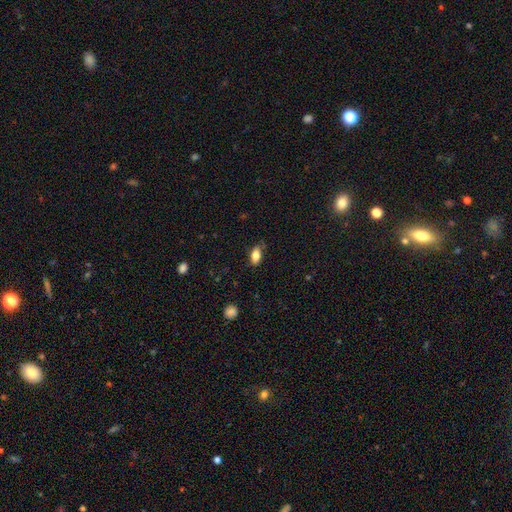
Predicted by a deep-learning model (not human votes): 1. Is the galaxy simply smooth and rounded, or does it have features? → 81% smooth, 11% featured or disk, 8% star or artifact.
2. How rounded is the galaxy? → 88% in between, 8% cigar-shaped, 4% round.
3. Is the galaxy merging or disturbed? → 81% none, 15% minor disturbance, 3% major disturbance, 1% merger.